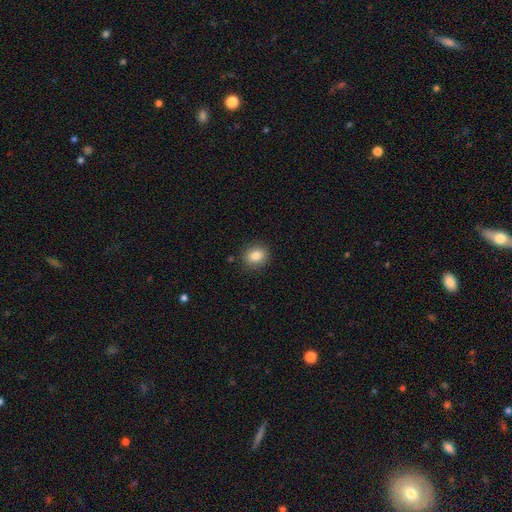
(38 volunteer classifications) A smooth galaxy with no disk features (97%) that is round (65%). Merging: none (86%).